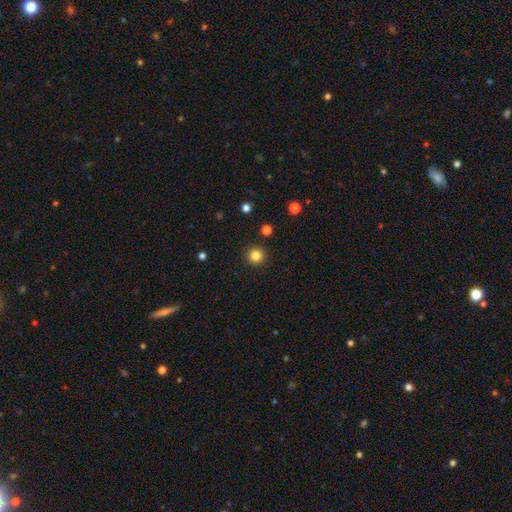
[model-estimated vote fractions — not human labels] Smooth or featured? smooth (84%)
How rounded? round (95%)
Merging? none (92%)